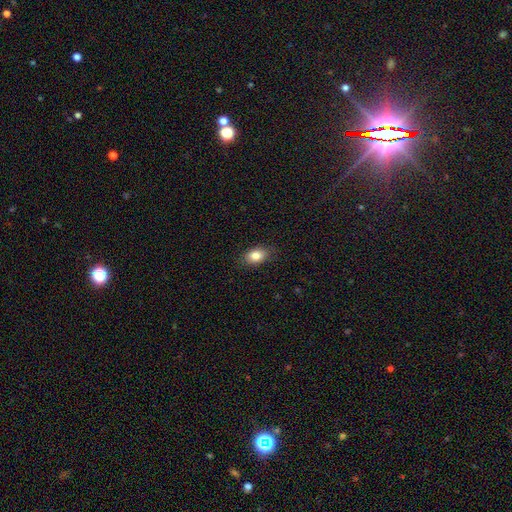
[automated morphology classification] This is clearly a smooth galaxy (83%). How rounded: clearly in between (83%). Merging: clearly none (86%).